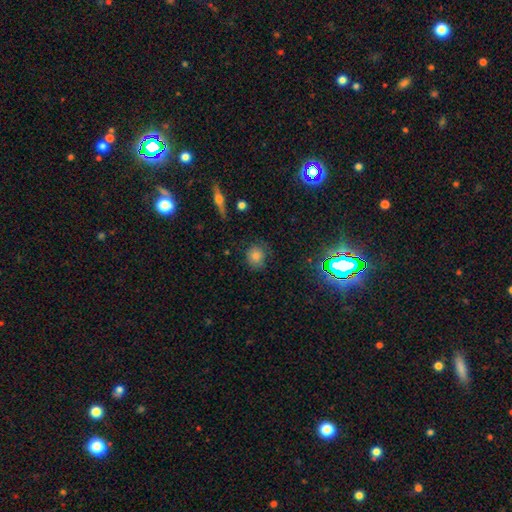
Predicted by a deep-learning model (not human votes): The model was most divided on "smooth or featured": smooth: 72%, star or artifact: 18%, featured or disk: 10%. More confident: how rounded — round (83%); merging — none (79%).